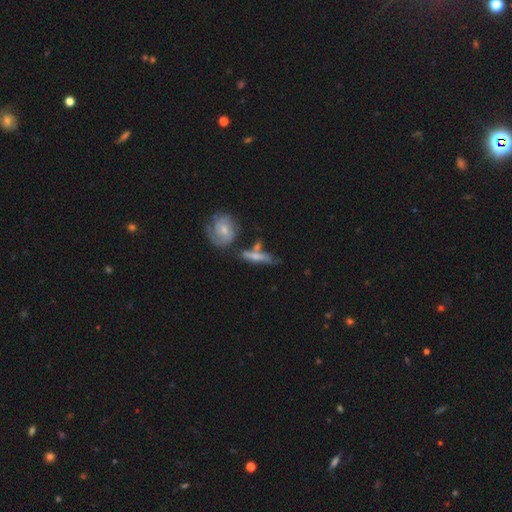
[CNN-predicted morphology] Smooth or featured: featured or disk — 48% (smooth — 45%)
Merging: none — 46% (merger — 23%)